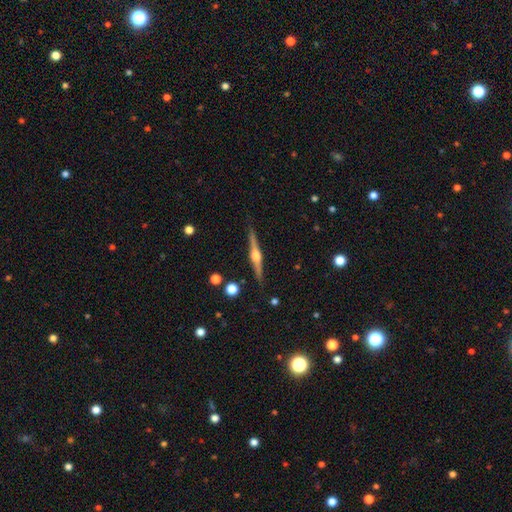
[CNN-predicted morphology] featured or disk 83%, smooth 12%, star or artifact 6%. Down the decision tree: edge-on disk — yes (98%); edge-on bulge — rounded (92%); merging — none (90%).